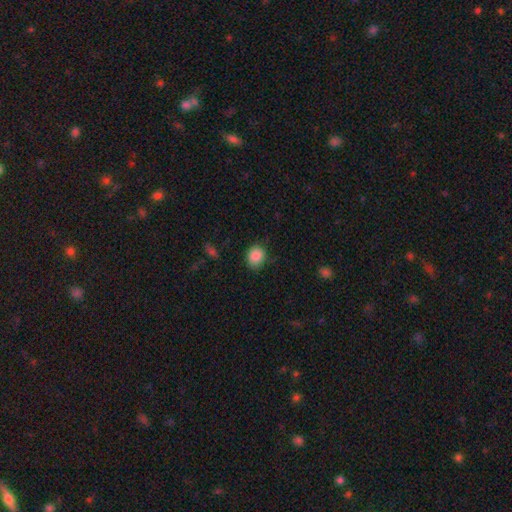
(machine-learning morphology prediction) Smooth or featured: smooth — 87% (star or artifact — 9%)
How rounded: round — 55% (in between — 44%)
Merging: none — 76% (minor disturbance — 19%)